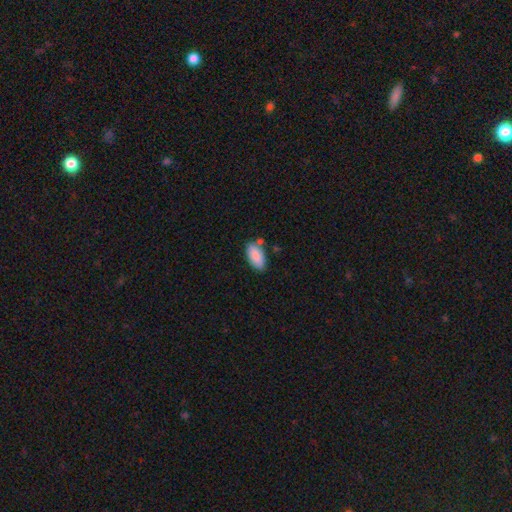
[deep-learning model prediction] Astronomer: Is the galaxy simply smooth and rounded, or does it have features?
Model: smooth — 89%.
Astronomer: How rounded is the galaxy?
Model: in between — 93%.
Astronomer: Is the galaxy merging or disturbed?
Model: none — 74%.